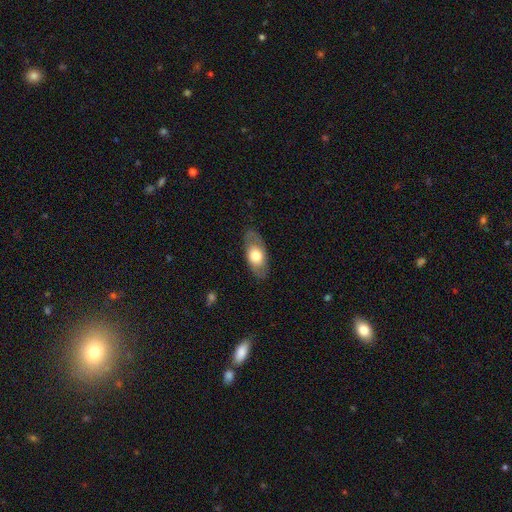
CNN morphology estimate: The model was most divided on "smooth or featured": smooth: 59%, featured or disk: 35%, star or artifact: 6%. More confident: how rounded — in between (88%); merging — none (80%).